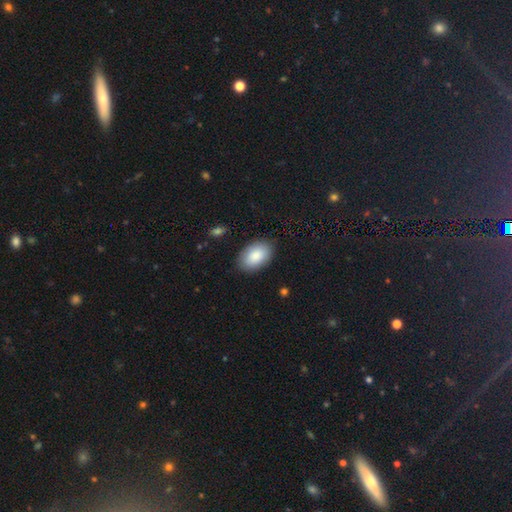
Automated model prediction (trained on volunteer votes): A smooth galaxy with no disk features (87%) that is in between round and cigar-shaped (92%).

Vote fractions:
- Smooth or featured? smooth: 87% / featured or disk: 7% / star or artifact: 6%
- How rounded? in between: 92% / round: 6% / cigar-shaped: 1%
- Merging? none: 88% / minor disturbance: 9% / major disturbance: 2% / merger: 1%